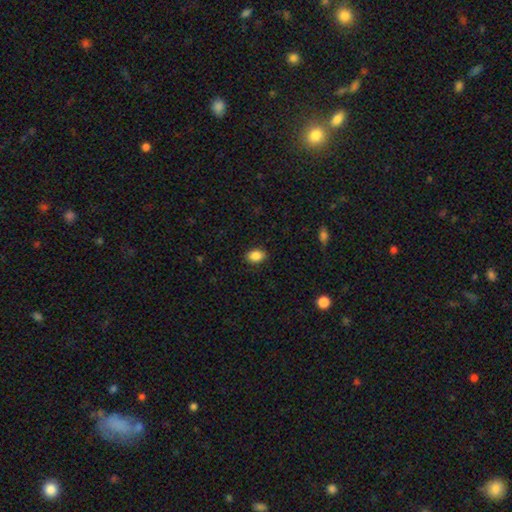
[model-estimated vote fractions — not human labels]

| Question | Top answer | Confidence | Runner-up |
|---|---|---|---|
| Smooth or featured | smooth | 87% | star or artifact (9%) |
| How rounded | in between | 79% | round (20%) |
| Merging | none | 89% | minor disturbance (8%) |